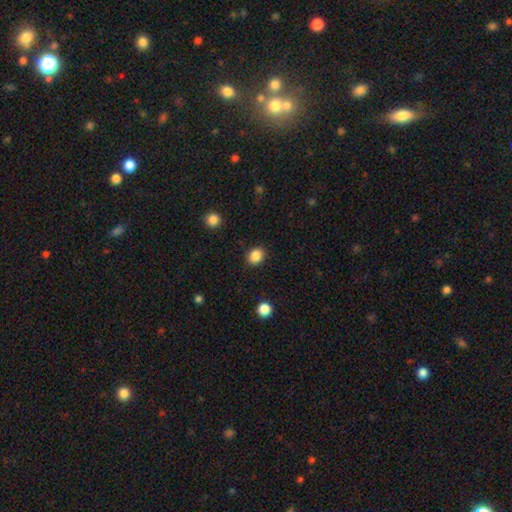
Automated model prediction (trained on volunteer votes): smooth-or-featured: smooth: 87% | star or artifact: 10% | featured or disk: 3%
  how-rounded: round: 59% | in between: 40% | cigar-shaped: 1%
  merging: none: 88% | minor disturbance: 8% | major disturbance: 3% | merger: 1%